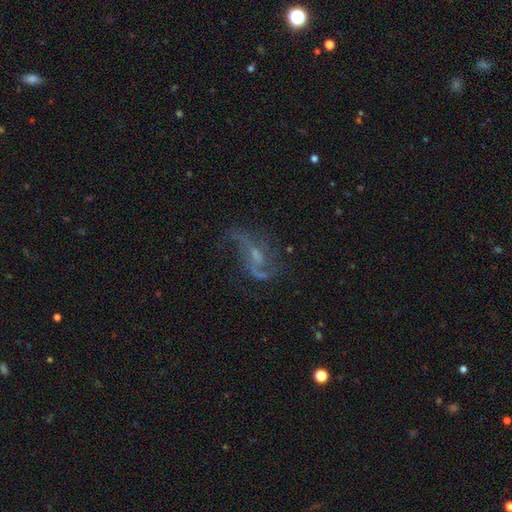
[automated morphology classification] Overall: featured or disk (78%). Edge-on disk: no (94%). Bar: no (44%; weak 41%). Spiral arms: yes (88%). Spiral arm count: 2 (78%). Spiral winding: loose (79%). Bulge size: small (59%; moderate 25%). Merging: none (60%).